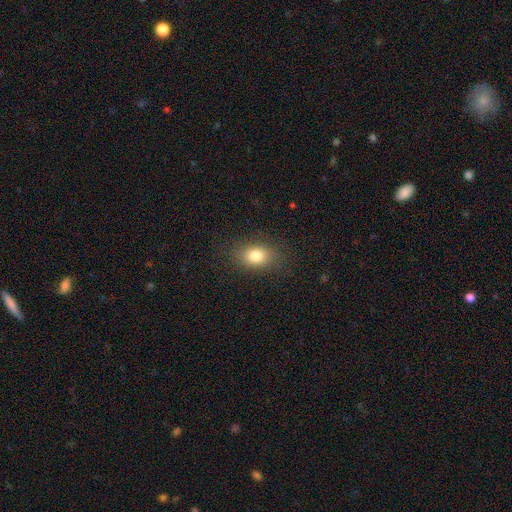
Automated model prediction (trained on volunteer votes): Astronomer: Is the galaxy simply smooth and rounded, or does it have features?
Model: smooth — 80%.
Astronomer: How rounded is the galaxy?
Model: in between — 72%.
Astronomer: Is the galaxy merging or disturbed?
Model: none — 84%.